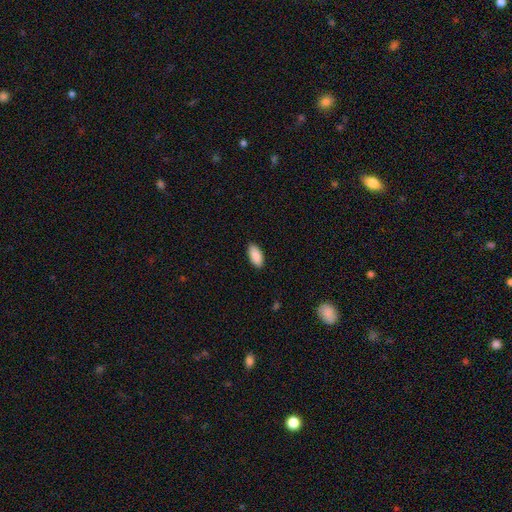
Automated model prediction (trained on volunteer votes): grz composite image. It shows a smooth galaxy with no disk features (91%) that is in between round and cigar-shaped (92%). Merging: none (90%).